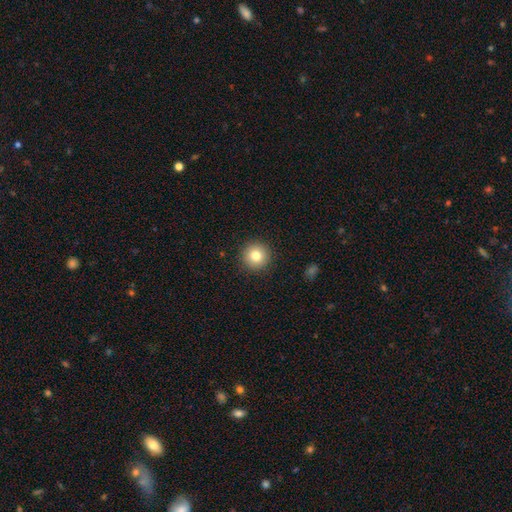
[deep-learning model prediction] A smooth galaxy with no disk features (80%) that is round (96%). Merging: none (92%).